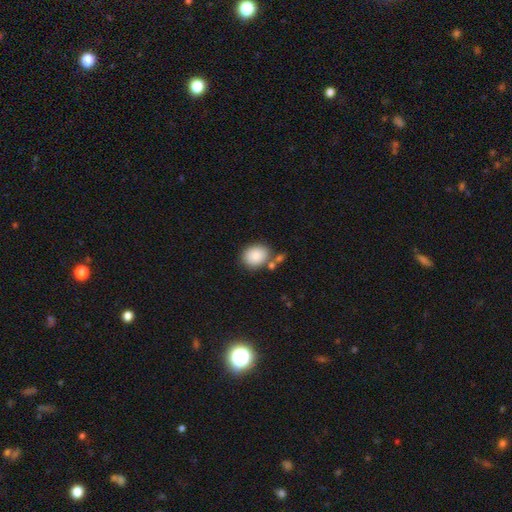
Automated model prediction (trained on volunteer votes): Overall: smooth (86%). How rounded: round (50%; in between 49%). Merging: none (70%).